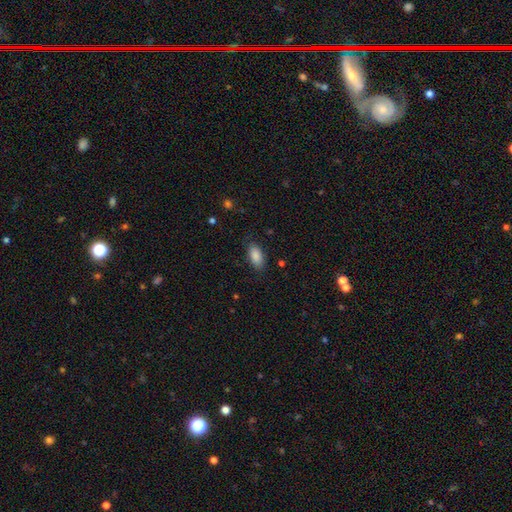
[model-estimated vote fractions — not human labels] smooth 88%, star or artifact 7%, featured or disk 5%. Down the decision tree: how rounded — in between (92%); merging — none (83%).